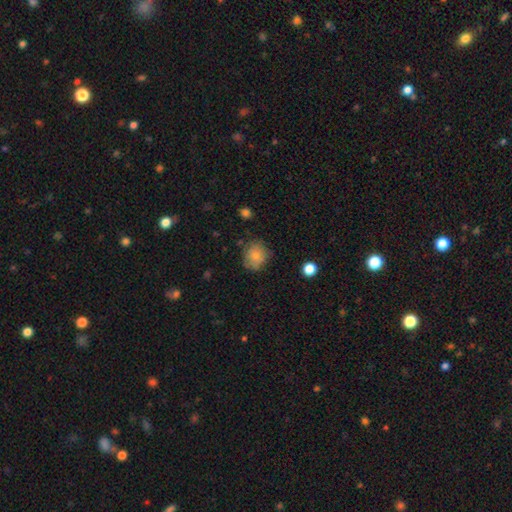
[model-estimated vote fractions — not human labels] Smooth or featured: smooth — 78% (featured or disk — 13%)
How rounded: round — 70% (in between — 29%)
Merging: none — 67% (minor disturbance — 24%)